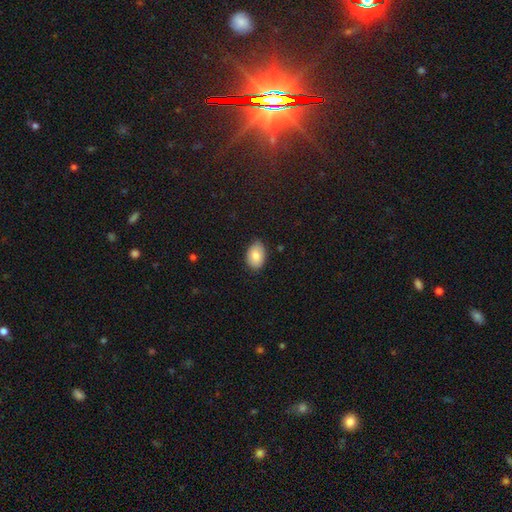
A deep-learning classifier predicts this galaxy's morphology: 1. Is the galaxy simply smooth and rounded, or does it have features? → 83% smooth, 10% featured or disk, 7% star or artifact.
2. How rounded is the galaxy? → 83% in between, 15% round, 1% cigar-shaped.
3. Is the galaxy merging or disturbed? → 75% none, 21% minor disturbance, 3% major disturbance, 1% merger.